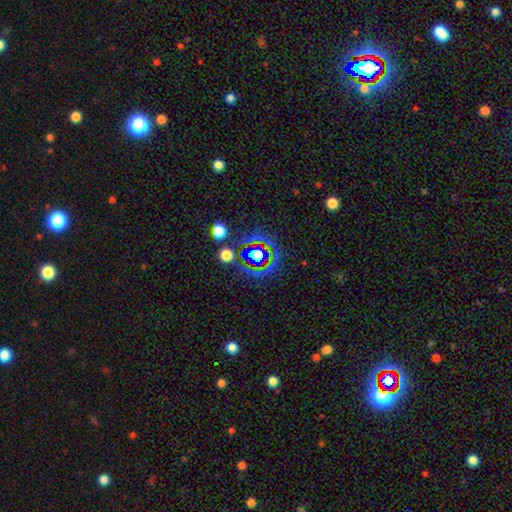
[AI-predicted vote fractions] The model was most divided on "smooth or featured": star or artifact: 58%, smooth: 29%, featured or disk: 13%.